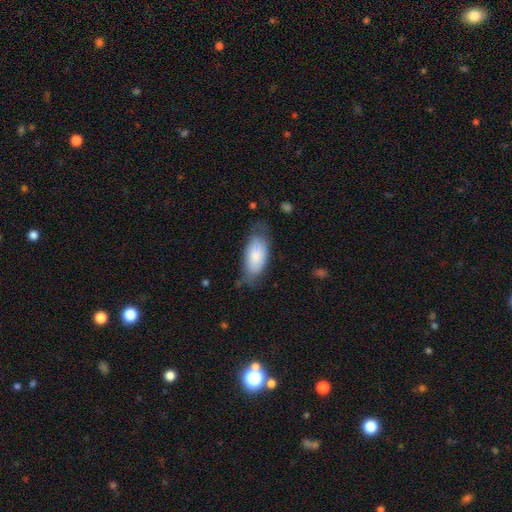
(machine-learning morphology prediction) This appears to be a smooth galaxy with no disk features (81%) that is in between round and cigar-shaped (87%). Merging: none (59%).